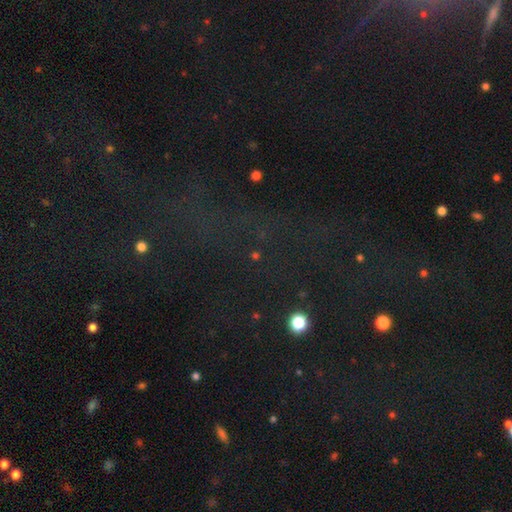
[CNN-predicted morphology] This is likely a star or artifact rather than a galaxy (60%).